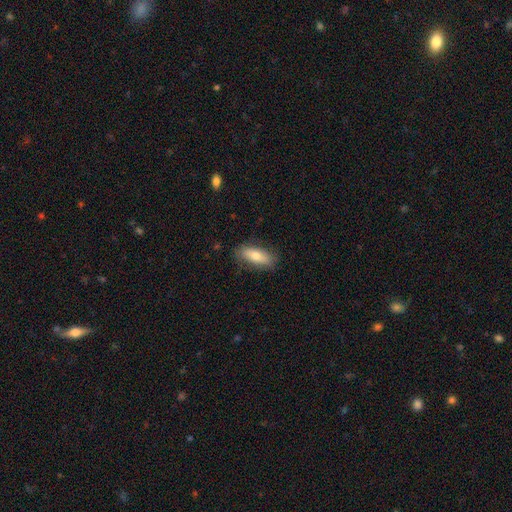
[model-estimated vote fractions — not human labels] A smooth galaxy with no disk features (72%) that is in between round and cigar-shaped (70%). Merging: none (80%).